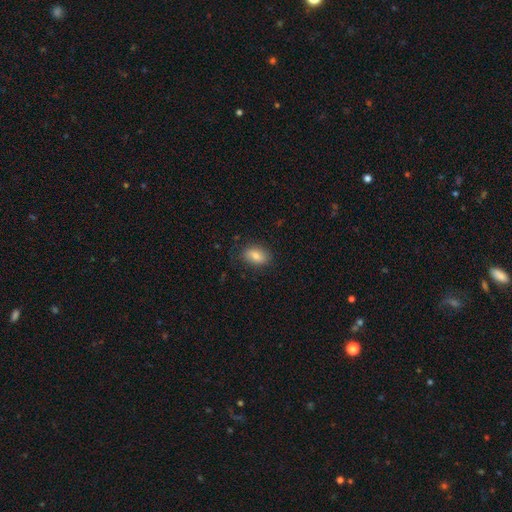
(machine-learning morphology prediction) Q: Smooth or featured?
A: smooth (79%); runner-up: featured or disk (12%)
Q: How rounded?
A: in between (86%); runner-up: round (11%)
Q: Merging?
A: none (80%); runner-up: minor disturbance (16%)